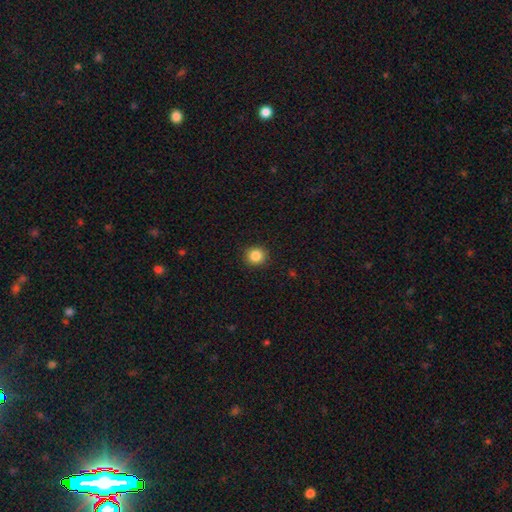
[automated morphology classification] smooth_or_featured: smooth (p=0.86) [alt: star or artifact p=0.10]
how_rounded: round (p=0.89) [alt: in between p=0.10]
merging: none (p=0.91) [alt: minor disturbance p=0.06]